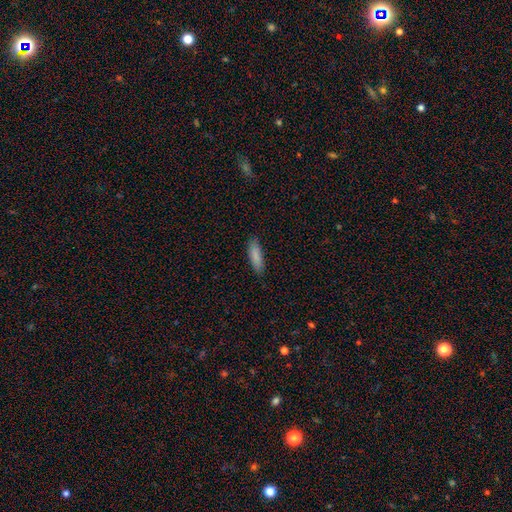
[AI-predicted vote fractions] Smooth or featured: smooth — 87% (featured or disk — 6%)
How rounded: cigar-shaped — 50% (in between — 48%)
Merging: none — 87% (minor disturbance — 10%)